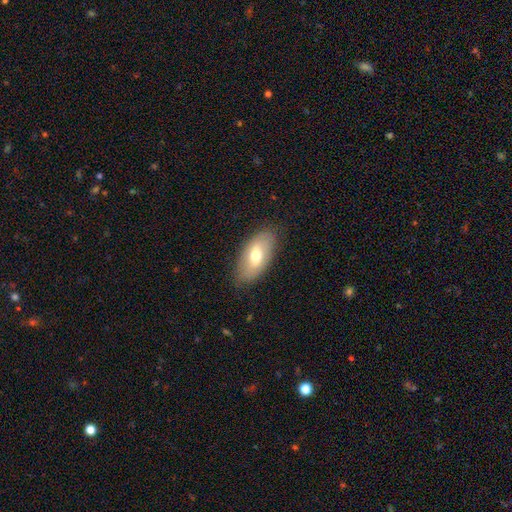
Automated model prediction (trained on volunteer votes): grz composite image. It shows a smooth galaxy with no disk features (61%) that is in between round and cigar-shaped (91%). Merging: none (83%).